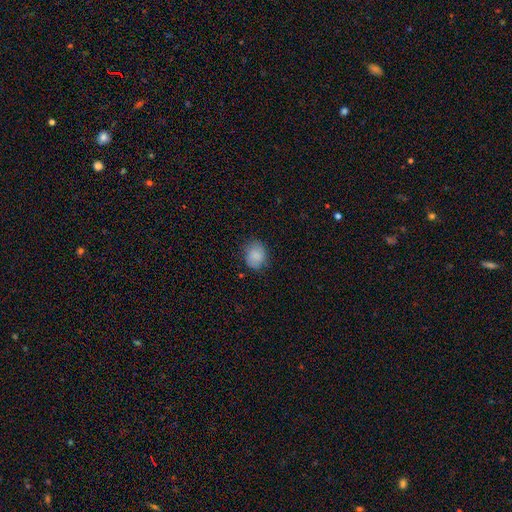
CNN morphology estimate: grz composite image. It shows a smooth galaxy with no disk features (85%) that is round (61%). Merging: none (75%).